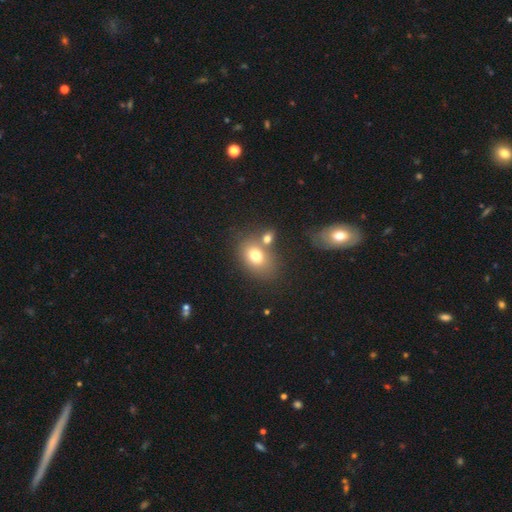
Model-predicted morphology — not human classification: This is likely a smooth galaxy (74%). How rounded: likely in between (73%). Merging: possibly none (56%).